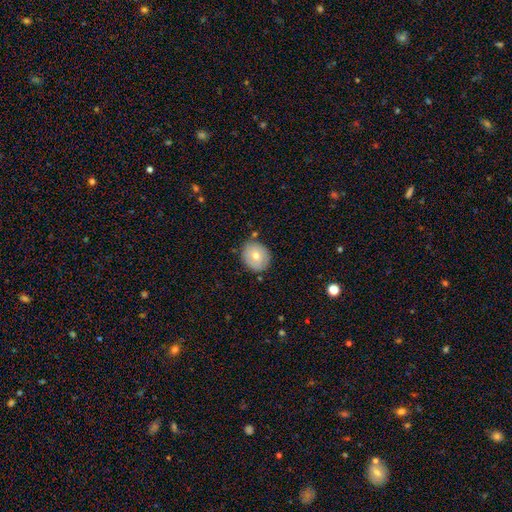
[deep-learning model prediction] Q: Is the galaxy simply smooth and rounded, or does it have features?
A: smooth — 68%.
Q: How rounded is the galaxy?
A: round — 75%.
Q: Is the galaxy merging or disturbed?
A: none — 82%.